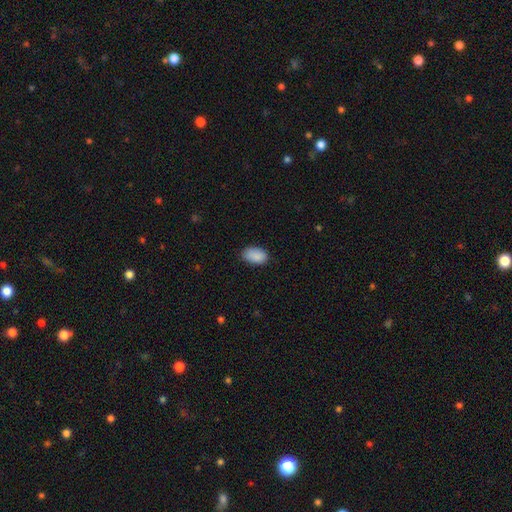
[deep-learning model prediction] smooth 90%, star or artifact 7%, featured or disk 4%. Down the decision tree: how rounded — in between (93%); merging — none (81%).